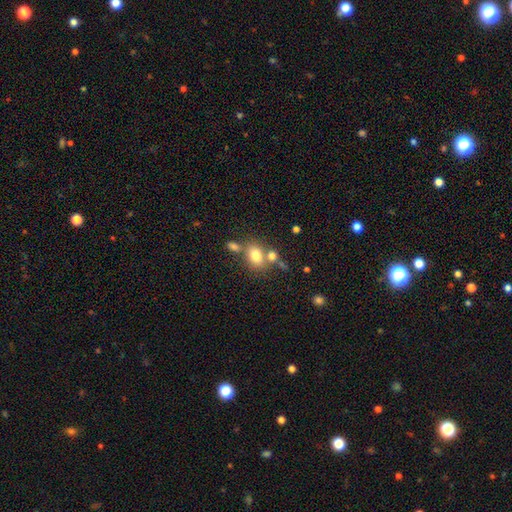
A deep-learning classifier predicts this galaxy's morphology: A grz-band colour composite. It shows a smooth galaxy with no disk features (77%) that is in between round and cigar-shaped (66%). Merging: none (52%).